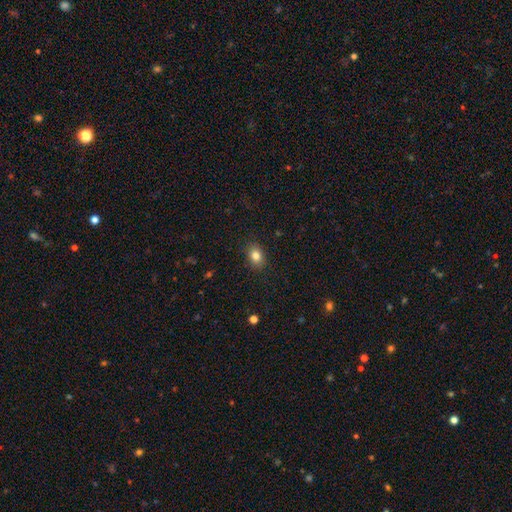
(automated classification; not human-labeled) Morphology: type=smooth (83%); roundness=in between (67%); merging=none (88%).